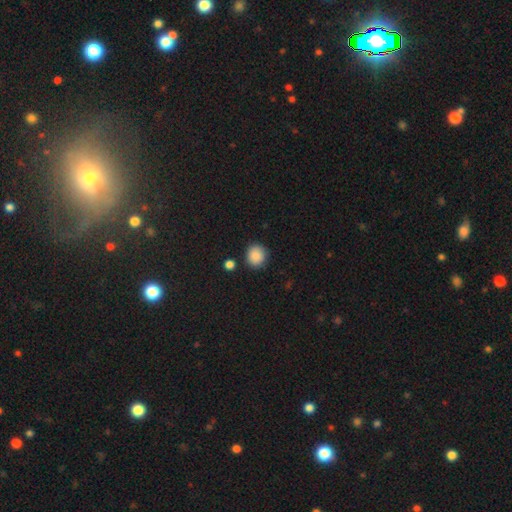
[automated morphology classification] smooth-or-featured: smooth: 88% | star or artifact: 8% | featured or disk: 4%
  how-rounded: round: 88% | in between: 11% | cigar-shaped: 1%
  merging: none: 86% | minor disturbance: 9% | merger: 3% | major disturbance: 2%